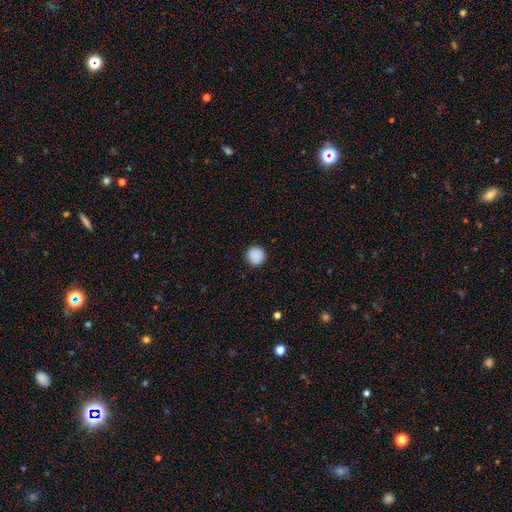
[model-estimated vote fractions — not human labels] Smooth or featured? smooth (89%)
How rounded? round (94%)
Merging? none (90%)